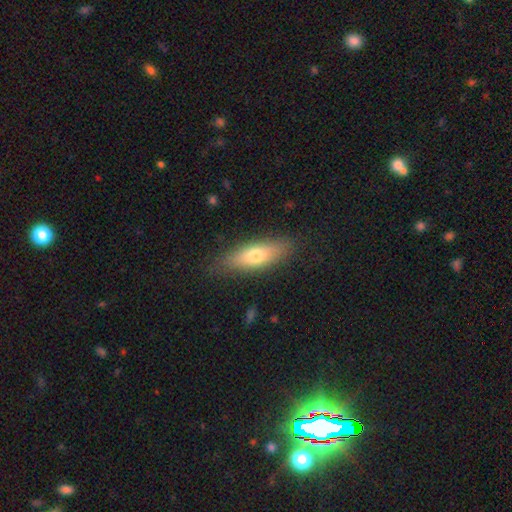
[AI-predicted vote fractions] smooth-or-featured: smooth: 68% | featured or disk: 25% | star or artifact: 7%
  how-rounded: in between: 55% | cigar-shaped: 42% | round: 3%
  merging: none: 83% | minor disturbance: 12% | major disturbance: 3% | merger: 1%